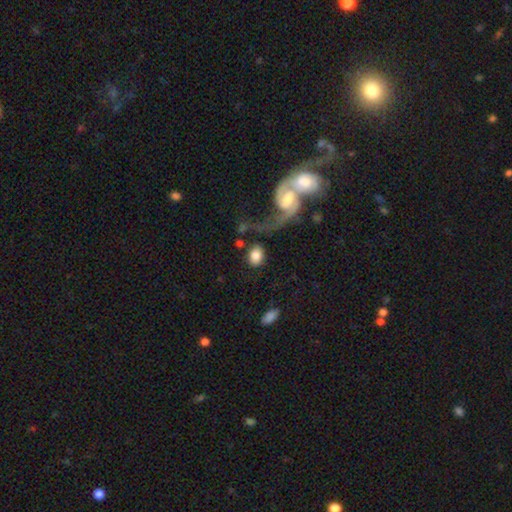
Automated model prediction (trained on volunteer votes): Q: Smooth or featured?
A: smooth (80%); runner-up: featured or disk (14%)
Q: How rounded?
A: in between (57%); runner-up: round (41%)
Q: Merging?
A: none (59%); runner-up: merger (15%)